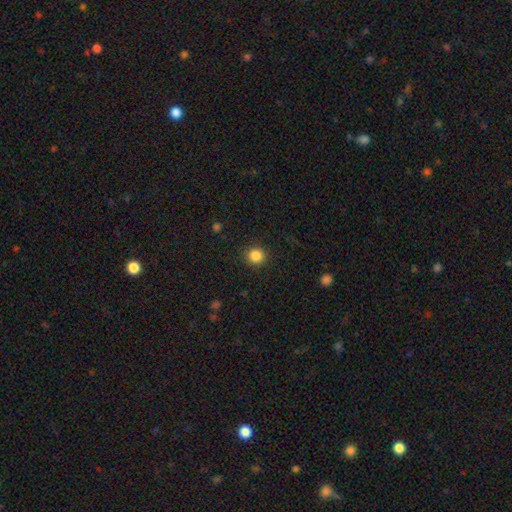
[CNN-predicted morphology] Smooth or featured? Predicted: smooth (p=0.85). How rounded? Predicted: round (p=0.92). Merging? Predicted: none (p=0.91).